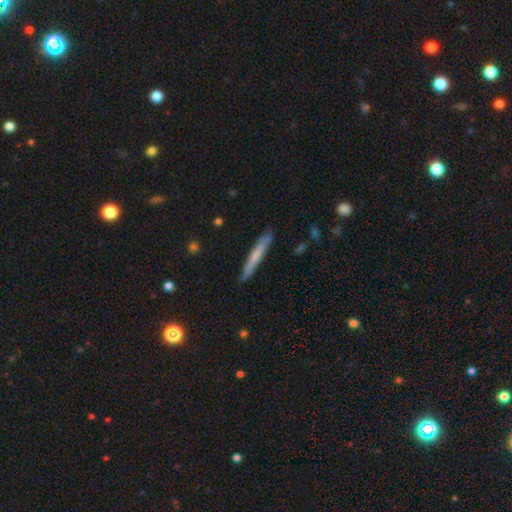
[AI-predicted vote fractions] A smooth galaxy with no disk features (59%) that is cigar-shaped (96%). Merging: none (87%).